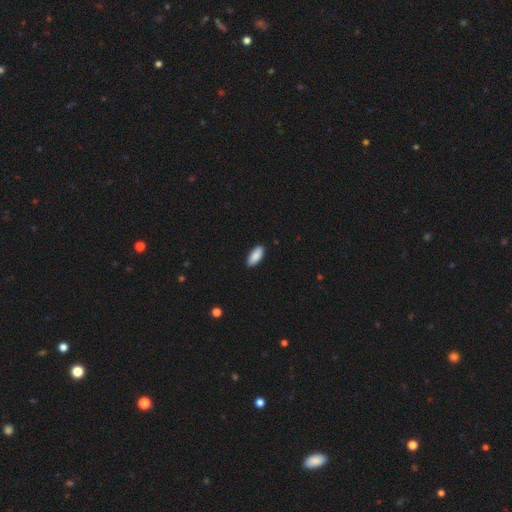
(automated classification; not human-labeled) smooth_or_featured: smooth (p=0.88) [alt: featured or disk p=0.06]
how_rounded: in between (p=0.84) [alt: cigar-shaped p=0.14]
merging: none (p=0.89) [alt: minor disturbance p=0.09]